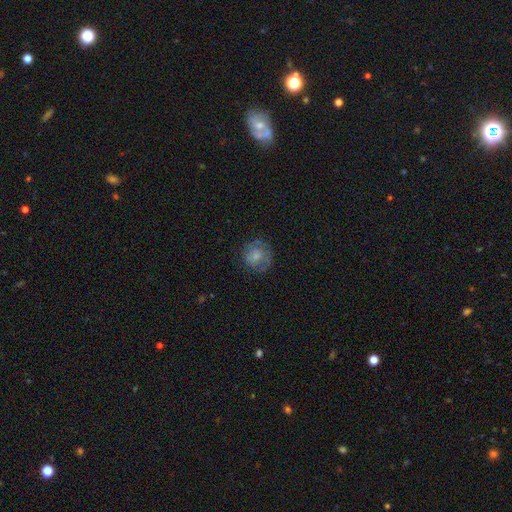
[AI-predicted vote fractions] Smooth or featured? smooth (65%)
How rounded? round (86%)
Merging? none (67%)